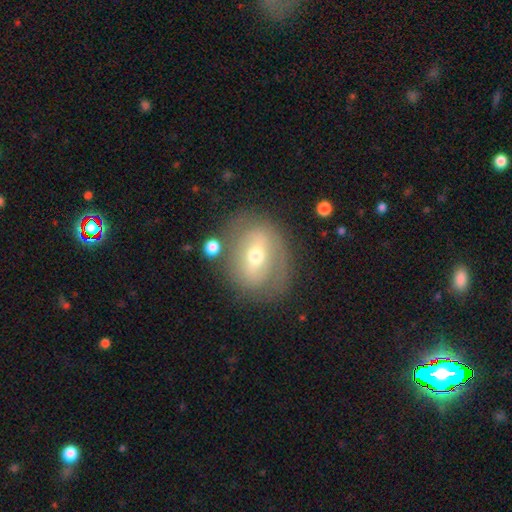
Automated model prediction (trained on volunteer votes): Overall: featured or disk (53%; smooth 39%). Edge-on disk: no (91%). Merging: none (72%).